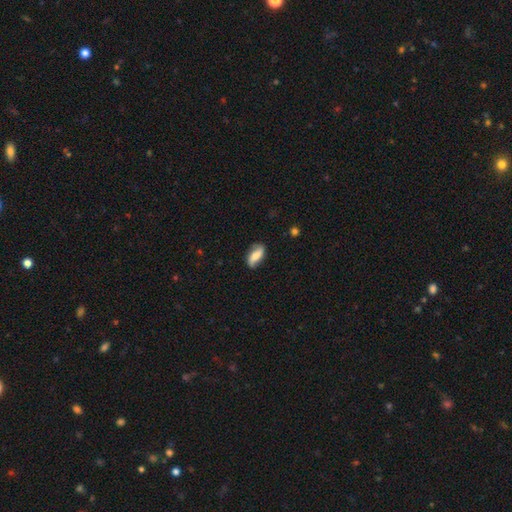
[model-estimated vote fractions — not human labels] Smooth or featured: smooth — 55% (featured or disk — 37%)
How rounded: in between — 84% (cigar-shaped — 12%)
Merging: none — 74% (minor disturbance — 19%)